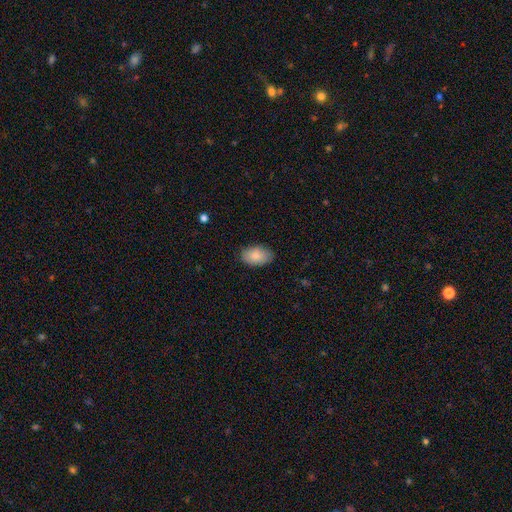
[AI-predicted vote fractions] Smooth or featured?
  - smooth: 86% *
  - featured or disk: 8%
  - star or artifact: 6%
How rounded?
  - in between: 93% *
  - round: 6%
  - cigar-shaped: 1%
Merging?
  - none: 84% *
  - minor disturbance: 12%
  - major disturbance: 2%
  - merger: 1%